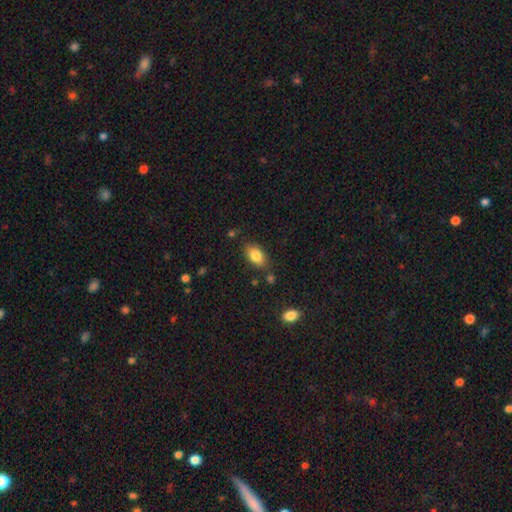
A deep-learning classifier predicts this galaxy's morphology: type=smooth (84%); roundness=in between (90%); merging=none (78%).